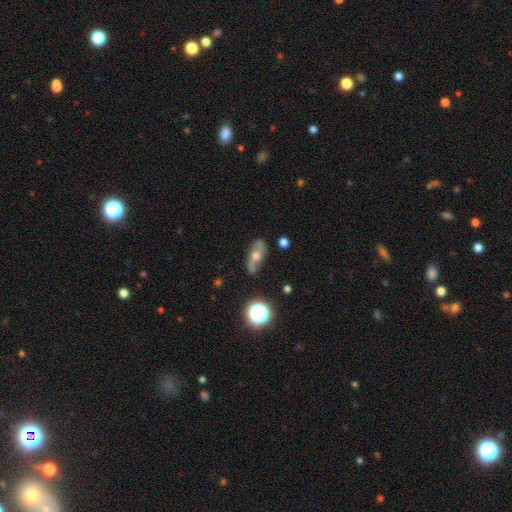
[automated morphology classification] type=featured or disk (51%); edge-on=no (78%); merging=none (72%).